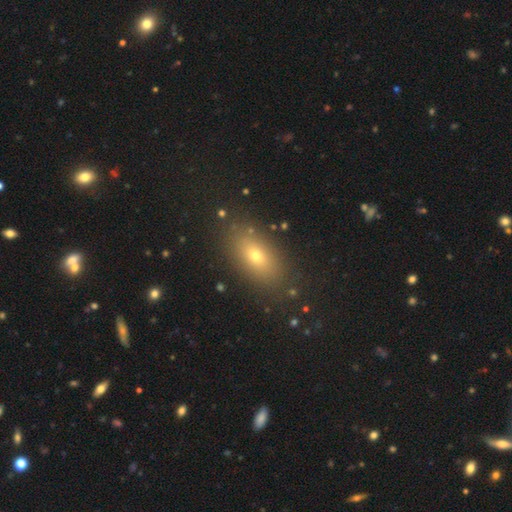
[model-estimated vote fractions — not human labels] Smooth or featured?
  - smooth: 71% *
  - featured or disk: 16%
  - star or artifact: 14%
How rounded?
  - in between: 83% *
  - round: 9%
  - cigar-shaped: 8%
Merging?
  - none: 86% *
  - minor disturbance: 9%
  - major disturbance: 3%
  - merger: 2%